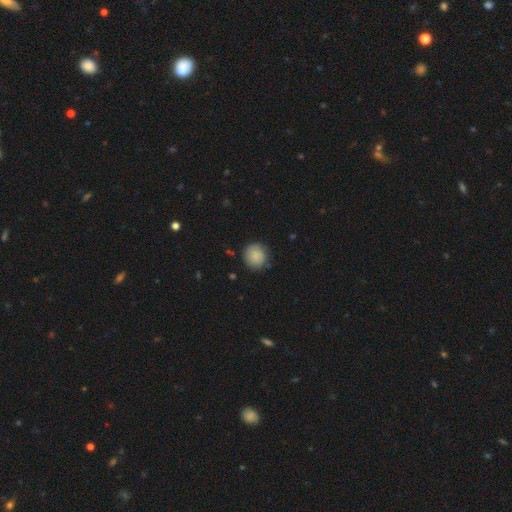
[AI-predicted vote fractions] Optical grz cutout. It shows a smooth galaxy with no disk features (84%) that is round (90%). Merging: none (80%).